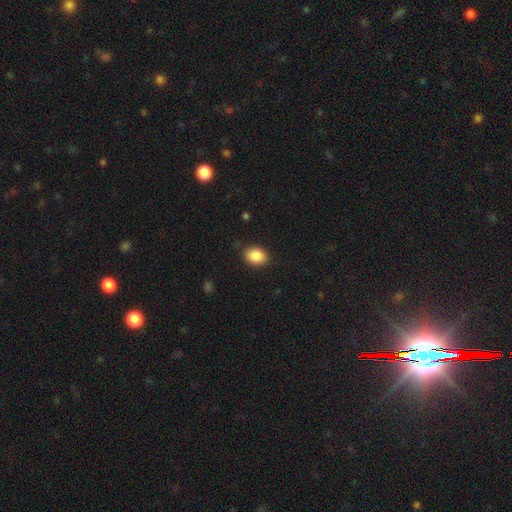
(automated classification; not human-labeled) Smooth or featured? smooth (87%)
How rounded? in between (70%)
Merging? none (86%)